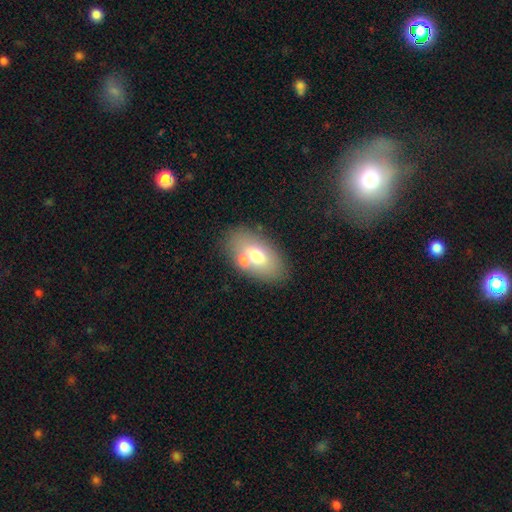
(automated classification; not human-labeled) Smooth or featured? Predicted: smooth (p=0.66). How rounded? Predicted: in between (p=0.92). Merging? Predicted: none (p=0.69).